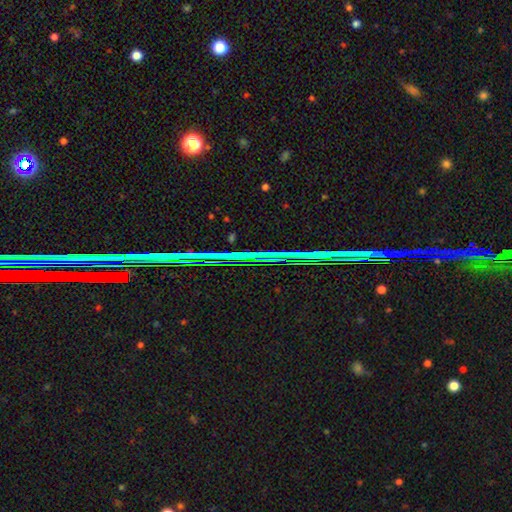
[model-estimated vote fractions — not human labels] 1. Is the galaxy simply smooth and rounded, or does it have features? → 86% star or artifact, 8% featured or disk, 6% smooth.